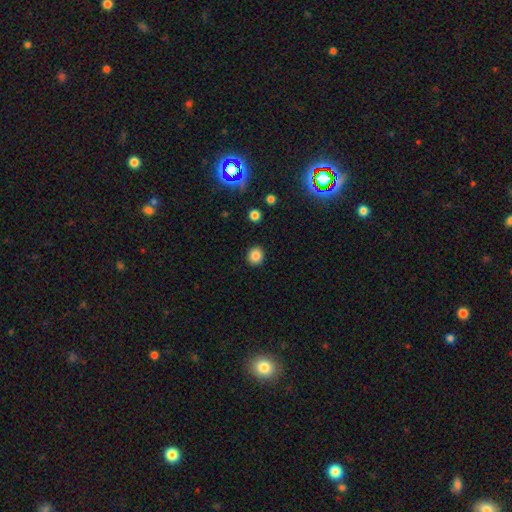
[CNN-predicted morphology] This appears to be a smooth galaxy with no disk features (83%) that is round (83%). Merging: none (90%).